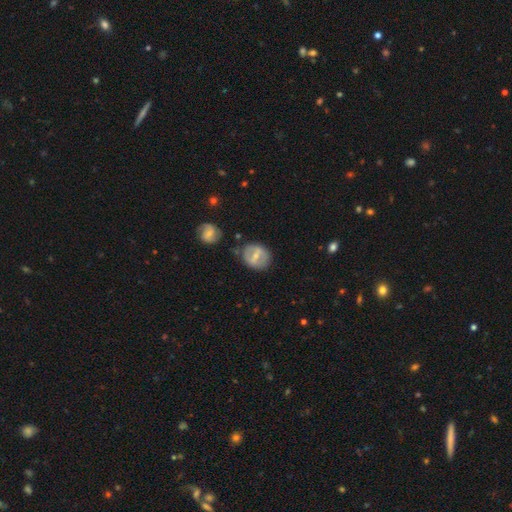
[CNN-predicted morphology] Smooth or featured?
  - featured or disk: 57% *
  - smooth: 37%
  - star or artifact: 7%
Edge-on disk?
  - no: 93% *
  - yes: 7%
Bar?
  - strong: 51% *
  - weak: 35%
  - no: 14%
Spiral arms?
  - no: 67% *
  - yes: 33%
Bulge size?
  - small: 50% *
  - moderate: 43%
  - none: 4%
  - large: 2%
  - dominant: 1%
Merging?
  - none: 72% *
  - minor disturbance: 16%
  - major disturbance: 6%
  - merger: 6%